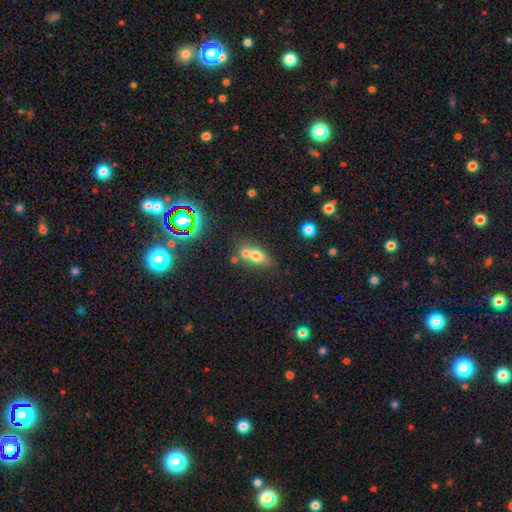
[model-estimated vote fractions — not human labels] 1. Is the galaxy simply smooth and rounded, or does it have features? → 65% smooth, 20% featured or disk, 15% star or artifact.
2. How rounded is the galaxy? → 66% in between, 24% round, 10% cigar-shaped.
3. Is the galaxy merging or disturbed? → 49% merger, 34% none, 12% minor disturbance, 6% major disturbance.